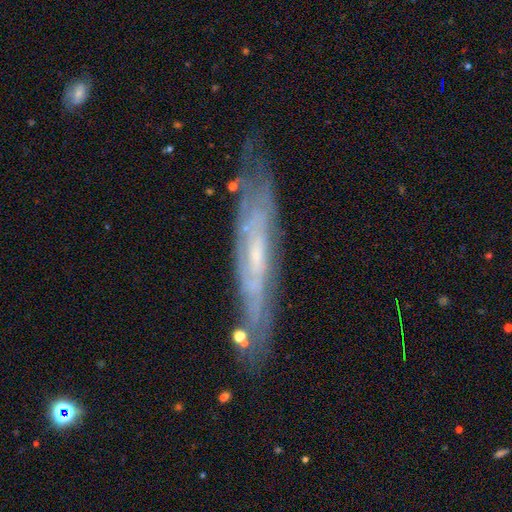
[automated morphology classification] Overall: featured or disk (72%). Edge-on disk: yes (55%; no 45%). Merging: none (74%).